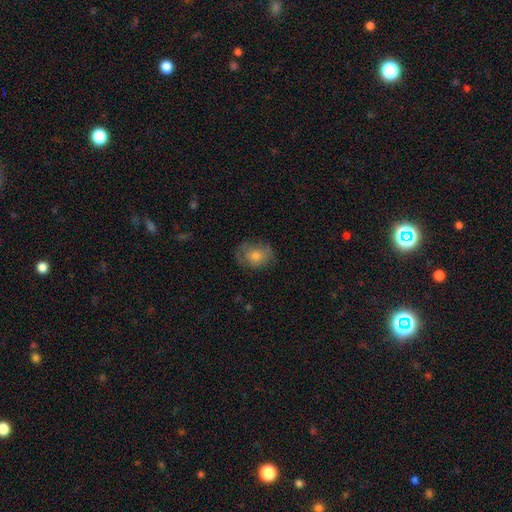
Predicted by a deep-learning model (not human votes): Smooth or featured: smooth — 58% (featured or disk — 32%)
How rounded: in between — 52% (round — 47%)
Merging: none — 70% (minor disturbance — 20%)